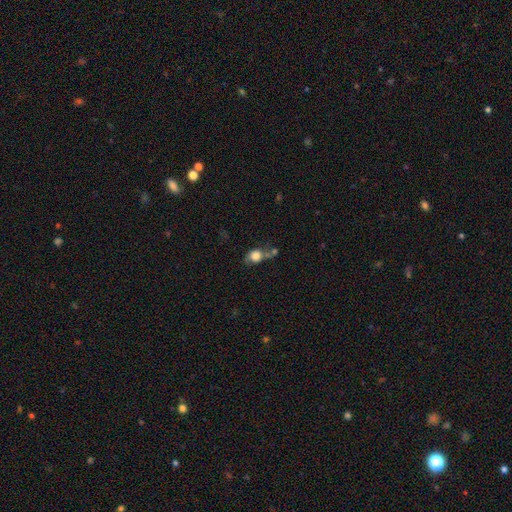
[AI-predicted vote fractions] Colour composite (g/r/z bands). It shows a smooth galaxy with no disk features (72%) that is round (67%). Merging: none (37%).